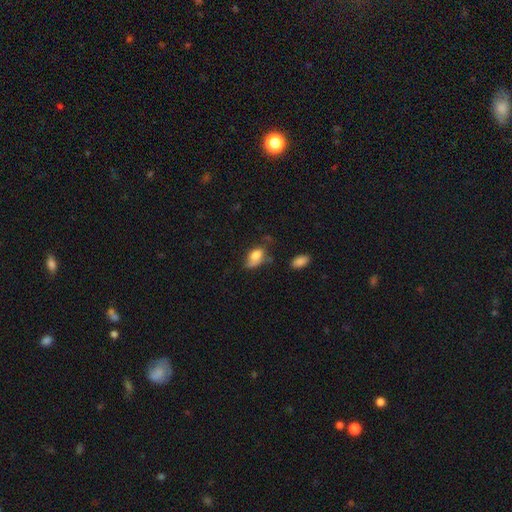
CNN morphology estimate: Smooth or featured? smooth (75%)
How rounded? in between (88%)
Merging? minor disturbance (37%)